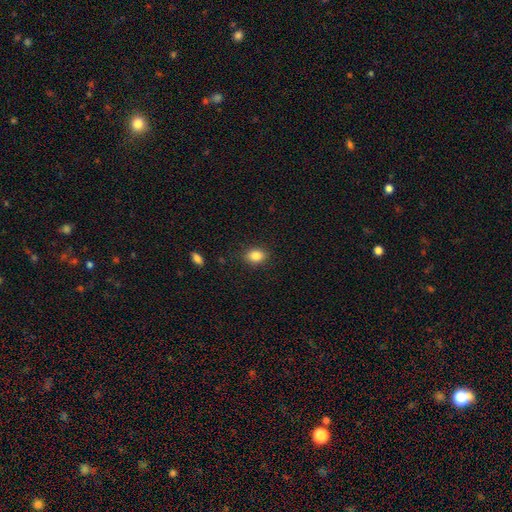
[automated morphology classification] Smooth or featured? Predicted: smooth (p=0.85). How rounded? Predicted: in between (p=0.60). Merging? Predicted: none (p=0.87).